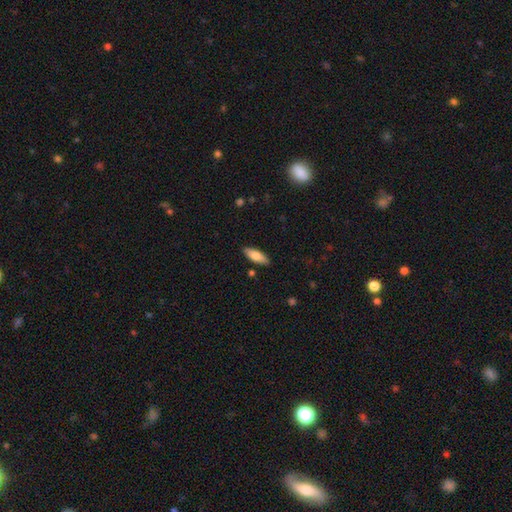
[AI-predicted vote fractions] Smooth or featured: smooth — 80% (featured or disk — 14%)
How rounded: in between — 65% (cigar-shaped — 33%)
Merging: none — 87% (minor disturbance — 10%)